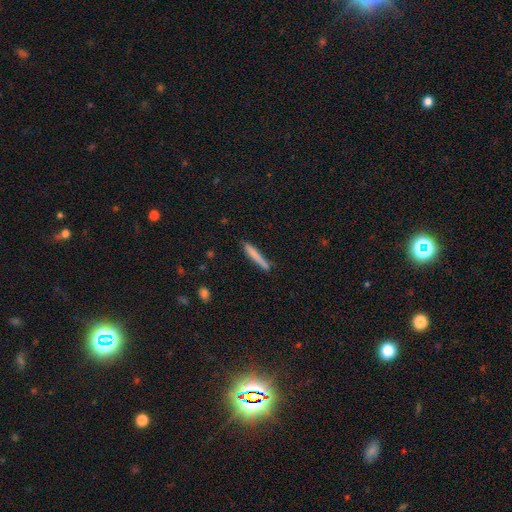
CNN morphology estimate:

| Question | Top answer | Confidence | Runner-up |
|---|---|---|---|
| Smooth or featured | smooth | 75% | featured or disk (19%) |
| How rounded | cigar-shaped | 95% | in between (3%) |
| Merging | none | 82% | minor disturbance (13%) |